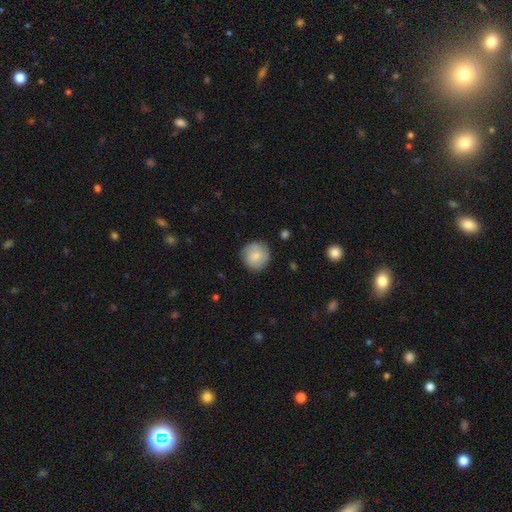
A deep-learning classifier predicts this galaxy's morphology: smooth 79%, featured or disk 14%, star or artifact 7%. Down the decision tree: how rounded — round (94%); merging — none (82%).